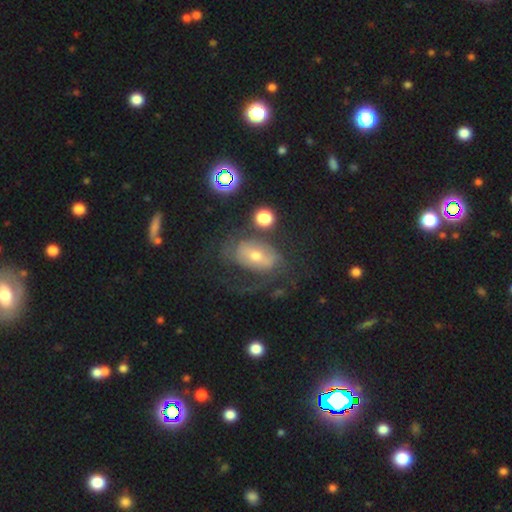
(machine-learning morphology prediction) A featured or disk galaxy (61%) with no bar (43%), spiral arms (60%) and a moderate central bulge (57%).

Vote fractions:
- Smooth or featured? featured or disk: 61% / smooth: 28% / star or artifact: 11%
- Edge-on disk? no: 93% / yes: 7%
- Bar? no: 43% / weak: 33% / strong: 24%
- Spiral arms? yes: 60% / no: 40%
- Bulge size? moderate: 57% / small: 36% / large: 4% / none: 1% / dominant: 1%
- Merging? none: 41% / major disturbance: 34% / minor disturbance: 20% / merger: 6%